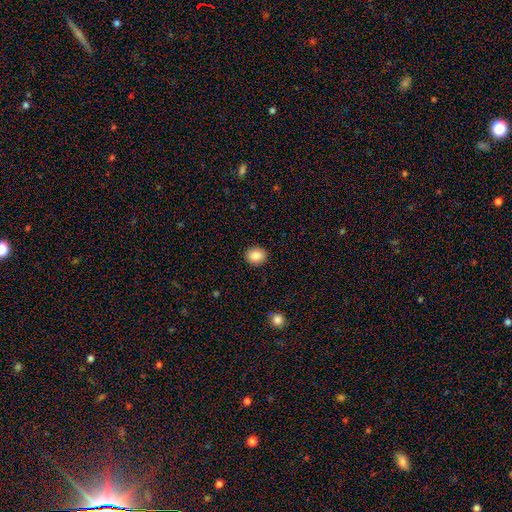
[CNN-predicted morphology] Smooth or featured? smooth (86%)
How rounded? round (69%)
Merging? none (91%)